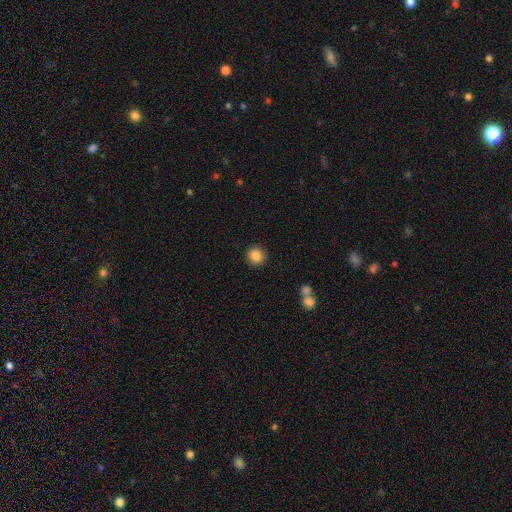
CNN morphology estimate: This appears to be a smooth galaxy with no disk features (87%) that is round (90%). Merging: none (91%).